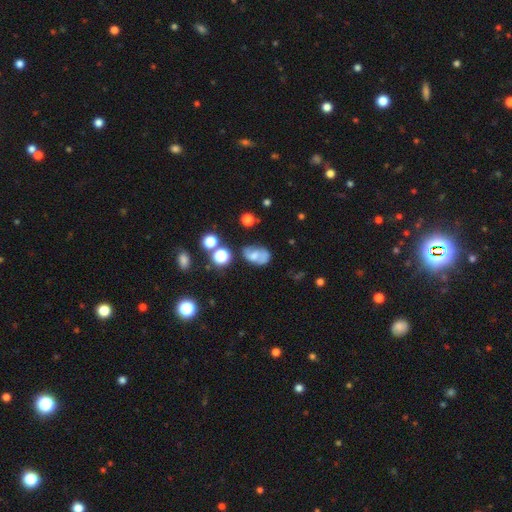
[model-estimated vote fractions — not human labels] Overall: featured or disk (48%; smooth 40%). Merging: none (53%; minor disturbance 25%).